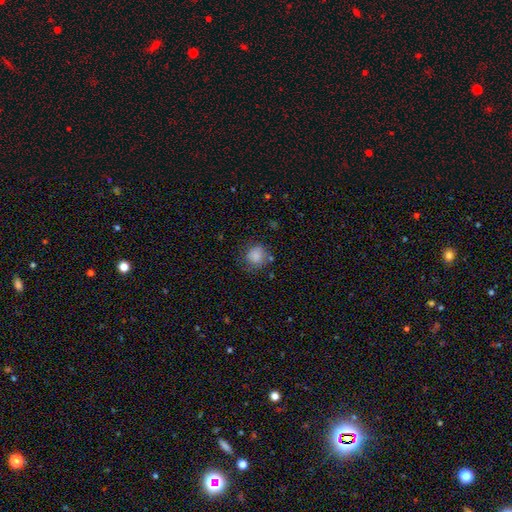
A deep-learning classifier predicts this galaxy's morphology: A smooth galaxy with no disk features (84%) that is round (83%).

Vote fractions:
- Smooth or featured? smooth: 84% / star or artifact: 9% / featured or disk: 7%
- How rounded? round: 83% / in between: 16% / cigar-shaped: 1%
- Merging? none: 70% / minor disturbance: 19% / major disturbance: 7% / merger: 4%